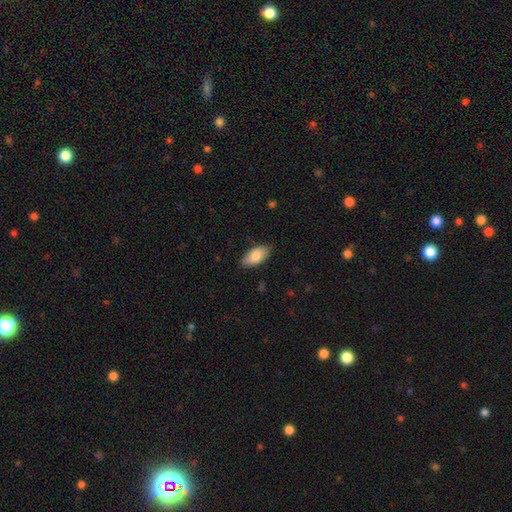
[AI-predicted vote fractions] Morphology: type=smooth (84%); roundness=in between (92%); merging=none (84%).